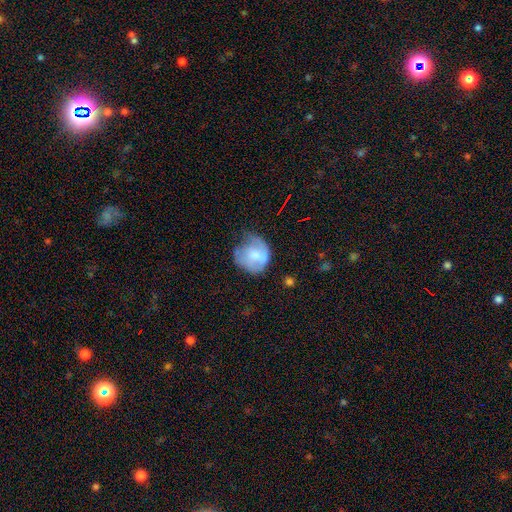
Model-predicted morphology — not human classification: This appears to be a smooth galaxy with no disk features (55%) that is round (76%). Merging: none (43%).